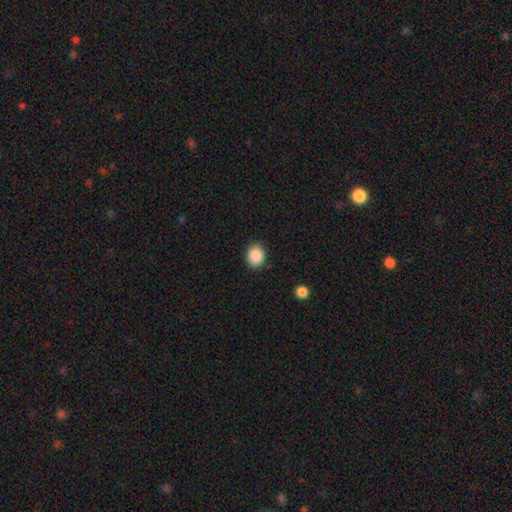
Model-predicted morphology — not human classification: Overall: smooth (89%). How rounded: round (56%; in between 43%). Merging: none (89%).